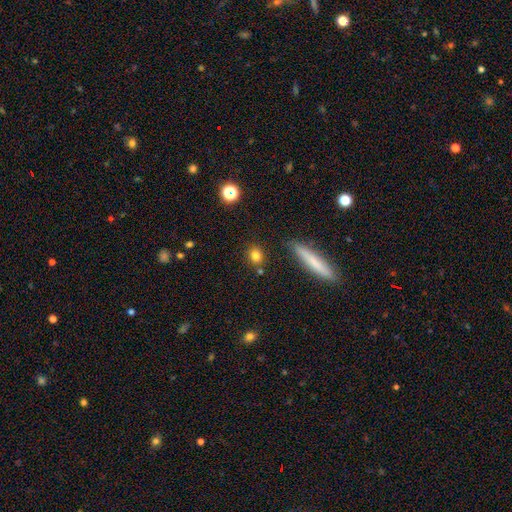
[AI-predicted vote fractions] Morphology: type=smooth (79%); roundness=round (67%); merging=none (82%).